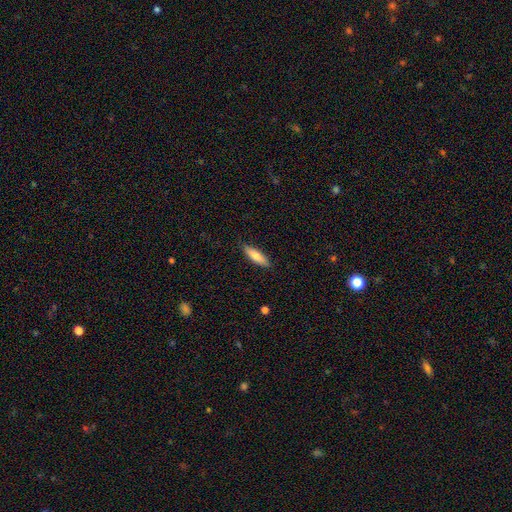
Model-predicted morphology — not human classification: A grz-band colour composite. It shows a smooth galaxy with no disk features (77%) that is cigar-shaped (55%). Merging: none (86%).